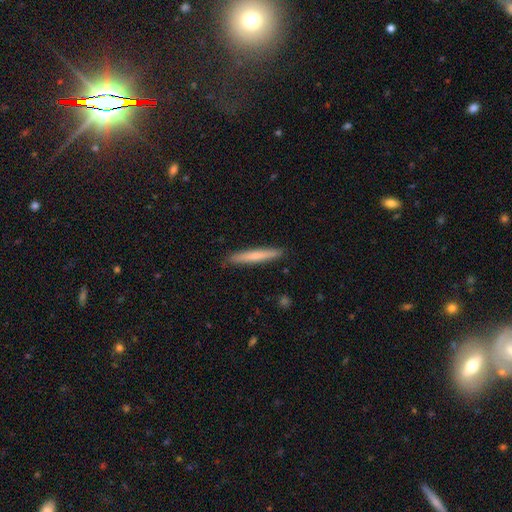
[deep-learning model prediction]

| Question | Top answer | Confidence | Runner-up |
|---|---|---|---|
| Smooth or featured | smooth | 68% | featured or disk (27%) |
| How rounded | cigar-shaped | 95% | in between (4%) |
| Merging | none | 90% | minor disturbance (7%) |